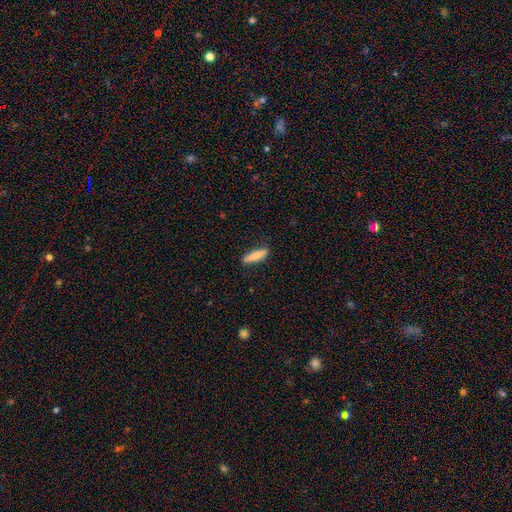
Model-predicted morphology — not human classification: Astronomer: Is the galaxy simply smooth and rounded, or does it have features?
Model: smooth — 81%.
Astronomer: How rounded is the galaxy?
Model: cigar-shaped — 81%.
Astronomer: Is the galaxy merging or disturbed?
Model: none — 87%.